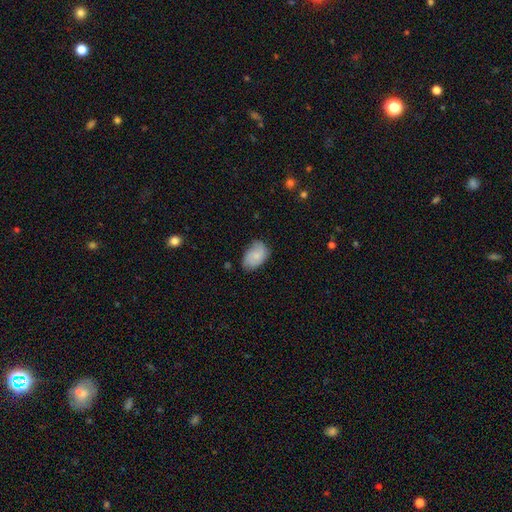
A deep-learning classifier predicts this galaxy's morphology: smooth 74%, featured or disk 19%, star or artifact 7%. Down the decision tree: how rounded — in between (89%); merging — none (61%).